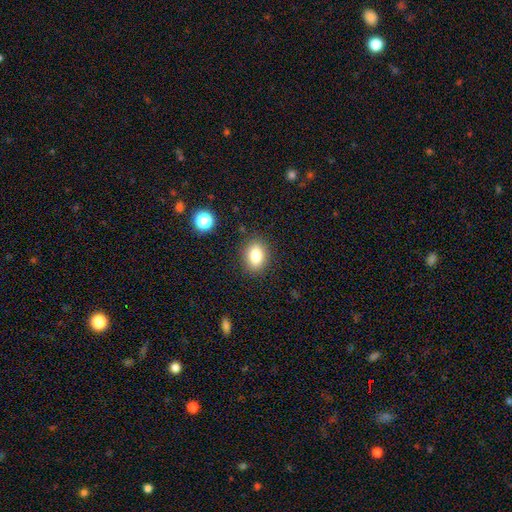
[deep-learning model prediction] Smooth or featured?
  - smooth: 83% *
  - star or artifact: 10%
  - featured or disk: 7%
How rounded?
  - in between: 75% *
  - round: 24%
  - cigar-shaped: 1%
Merging?
  - none: 86% *
  - minor disturbance: 10%
  - major disturbance: 3%
  - merger: 2%